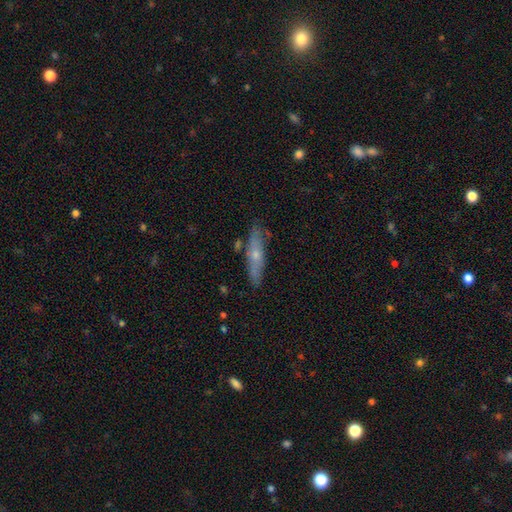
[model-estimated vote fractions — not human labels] Smooth or featured? Predicted: smooth (p=0.48). Merging? Predicted: none (p=0.79).